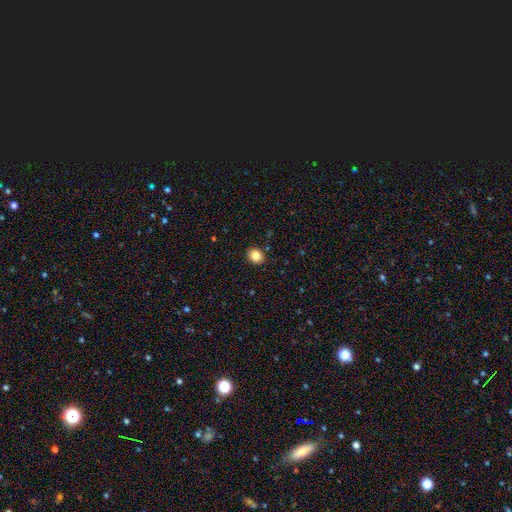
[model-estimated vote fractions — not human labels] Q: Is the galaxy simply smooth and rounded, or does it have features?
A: smooth — 84%.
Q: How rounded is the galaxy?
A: round — 73%.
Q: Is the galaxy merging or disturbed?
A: none — 91%.